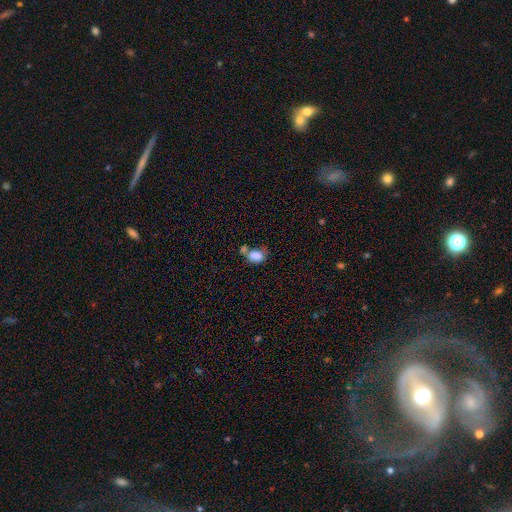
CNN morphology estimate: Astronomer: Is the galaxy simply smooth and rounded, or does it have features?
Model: smooth — 83%.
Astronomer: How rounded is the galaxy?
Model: in between — 77%.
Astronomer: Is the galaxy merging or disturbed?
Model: merger — 40% (runner-up: none, 33%).